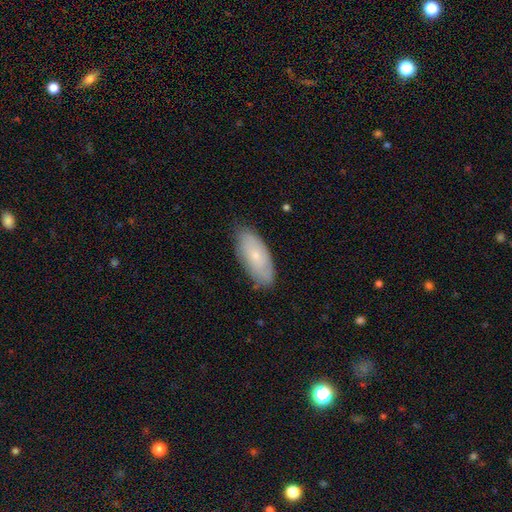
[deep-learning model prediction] smooth-or-featured: smooth: 63% | featured or disk: 31% | star or artifact: 7%
  how-rounded: in between: 85% | cigar-shaped: 13% | round: 2%
  merging: none: 79% | minor disturbance: 17% | major disturbance: 3% | merger: 1%